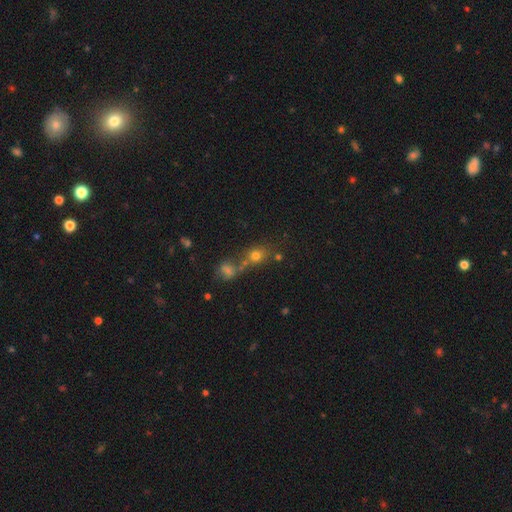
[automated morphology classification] smooth-or-featured: smooth: 69% | star or artifact: 19% | featured or disk: 12%
  how-rounded: round: 68% | in between: 29% | cigar-shaped: 2%
  merging: none: 49% | merger: 34% | minor disturbance: 11% | major disturbance: 6%